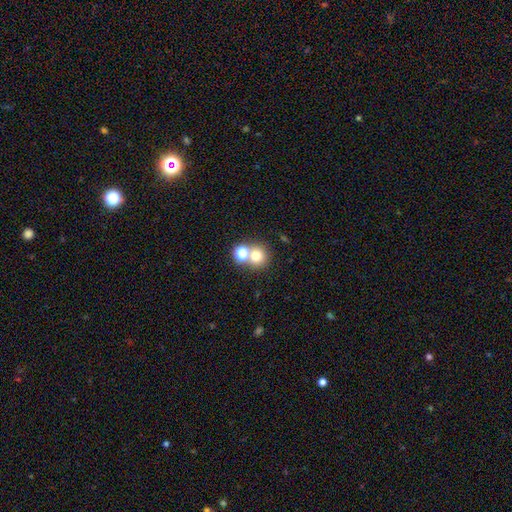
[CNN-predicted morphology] Smooth or featured: smooth — 73% (star or artifact — 16%)
How rounded: round — 88% (in between — 11%)
Merging: none — 55% (merger — 36%)